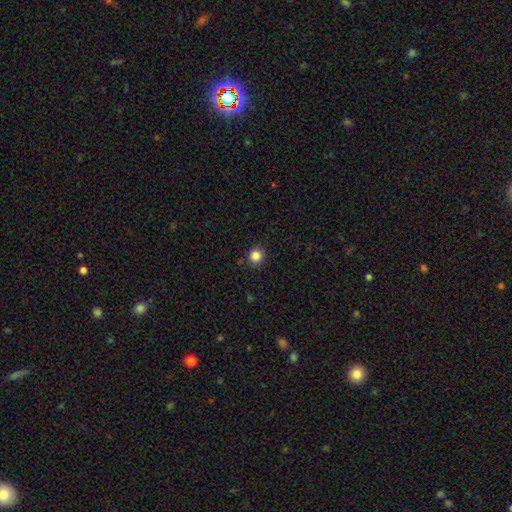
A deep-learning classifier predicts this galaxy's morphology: Q: Smooth or featured?
A: smooth (85%); runner-up: star or artifact (11%)
Q: How rounded?
A: round (90%); runner-up: in between (9%)
Q: Merging?
A: none (90%); runner-up: minor disturbance (7%)